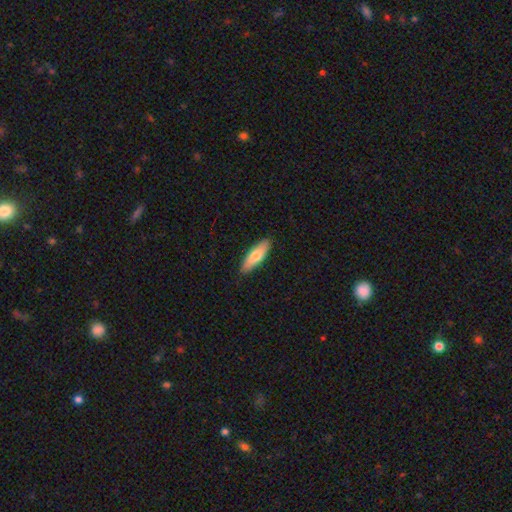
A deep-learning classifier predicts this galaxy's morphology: A smooth galaxy with no disk features (70%) that is cigar-shaped (51%).

Vote fractions:
- Smooth or featured? smooth: 70% / featured or disk: 25% / star or artifact: 5%
- How rounded? cigar-shaped: 51% / in between: 47% / round: 2%
- Merging? none: 89% / minor disturbance: 9% / major disturbance: 2% / merger: 1%